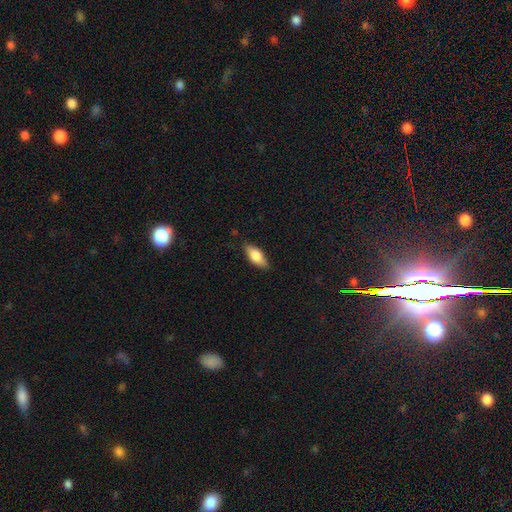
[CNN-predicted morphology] Smooth or featured? Predicted: smooth (p=0.71). How rounded? Predicted: in between (p=0.78). Merging? Predicted: none (p=0.82).